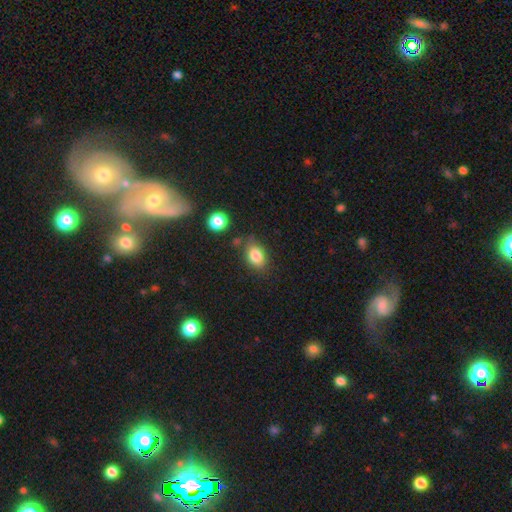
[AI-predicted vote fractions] Smooth or featured? smooth (83%)
How rounded? in between (75%)
Merging? none (71%)